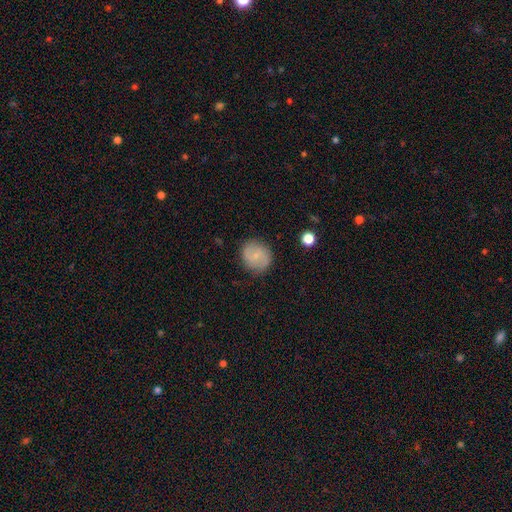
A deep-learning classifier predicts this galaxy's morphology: smooth_or_featured: smooth (p=0.55) [alt: featured or disk p=0.36]
how_rounded: round (p=0.85) [alt: in between p=0.14]
merging: none (p=0.82) [alt: minor disturbance p=0.13]